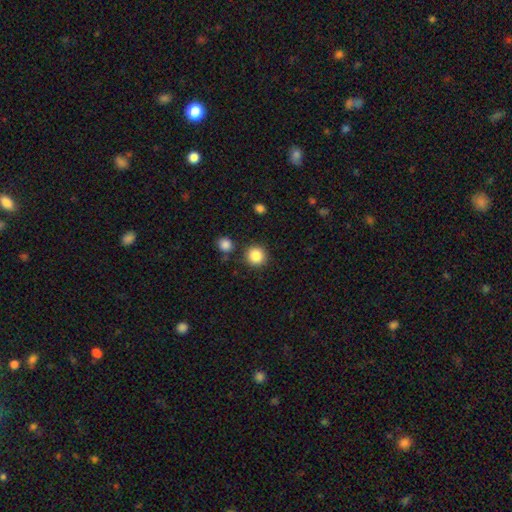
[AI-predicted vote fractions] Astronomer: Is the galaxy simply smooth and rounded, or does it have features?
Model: smooth — 86%.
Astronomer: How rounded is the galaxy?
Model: round — 93%.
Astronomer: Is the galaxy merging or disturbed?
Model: none — 86%.